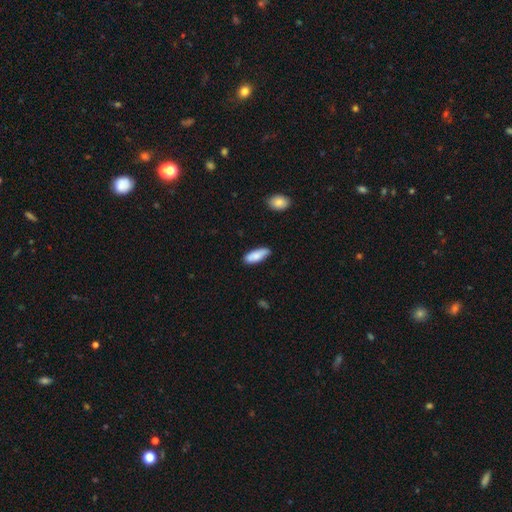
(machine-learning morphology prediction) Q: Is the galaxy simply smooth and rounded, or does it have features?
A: smooth — 85%.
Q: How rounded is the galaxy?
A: in between — 71%.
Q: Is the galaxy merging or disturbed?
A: none — 77%.